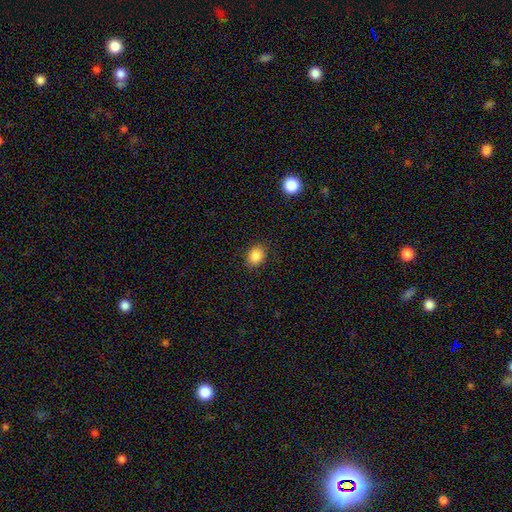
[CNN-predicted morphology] Q: Smooth or featured?
A: smooth (86%); runner-up: star or artifact (10%)
Q: How rounded?
A: round (54%); runner-up: in between (45%)
Q: Merging?
A: none (87%); runner-up: minor disturbance (9%)